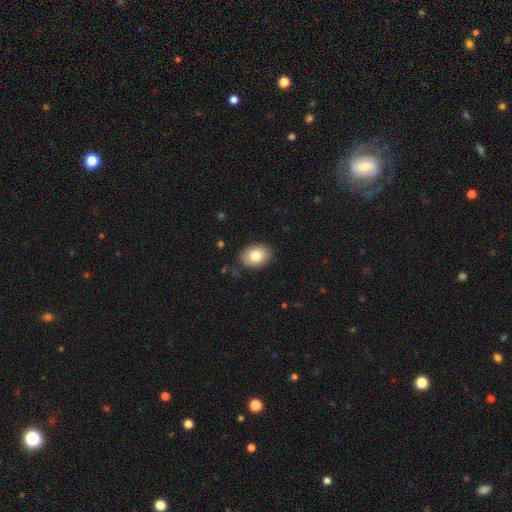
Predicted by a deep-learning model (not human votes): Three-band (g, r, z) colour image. It shows a smooth galaxy with no disk features (81%) that is in between round and cigar-shaped (73%). Merging: none (88%).